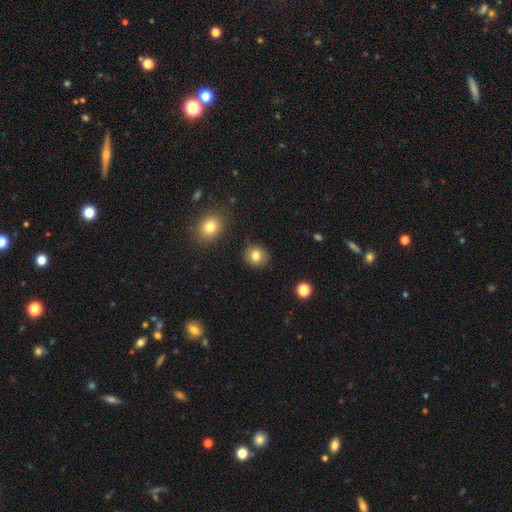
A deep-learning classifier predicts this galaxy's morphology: Overall: smooth (81%). How rounded: round (85%). Merging: none (88%).